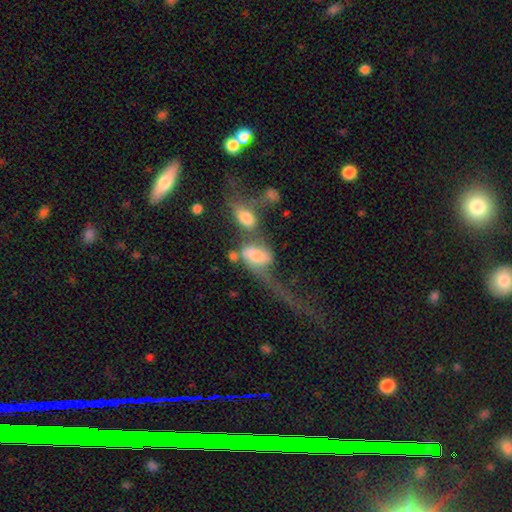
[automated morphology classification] Smooth or featured: smooth — 53% (featured or disk — 36%)
How rounded: in between — 87% (round — 9%)
Merging: merger — 54% (major disturbance — 28%)